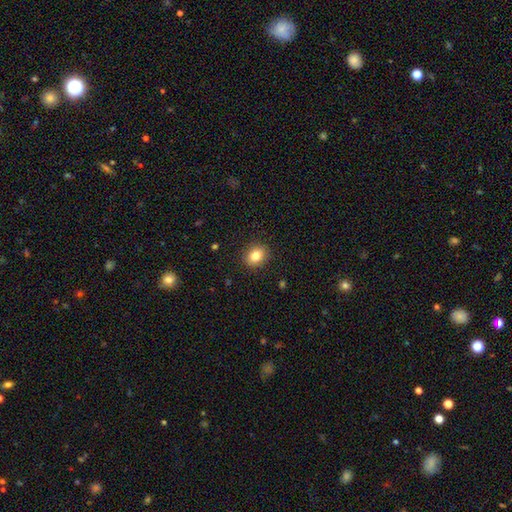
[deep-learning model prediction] This is clearly a smooth galaxy (82%). How rounded: possibly round (55%). Merging: clearly none (90%).